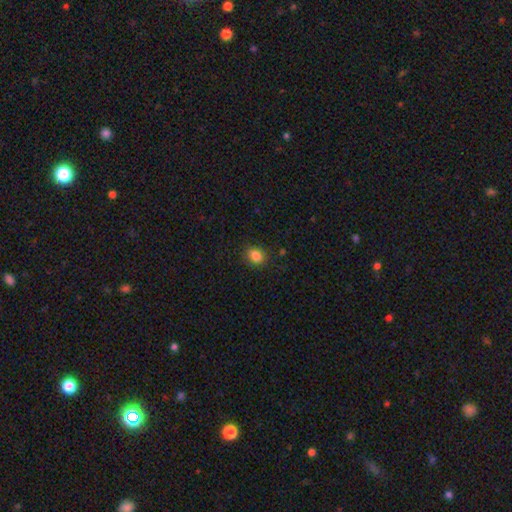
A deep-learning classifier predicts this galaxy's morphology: The model was most divided on "how rounded": round: 53%, in between: 46%, cigar-shaped: 1%. More confident: smooth or featured — smooth (85%); merging — none (85%).